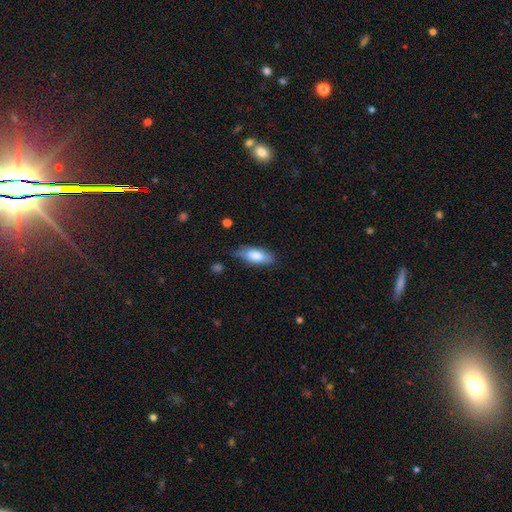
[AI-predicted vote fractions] Overall: smooth (79%). How rounded: in between (73%). Merging: none (66%).